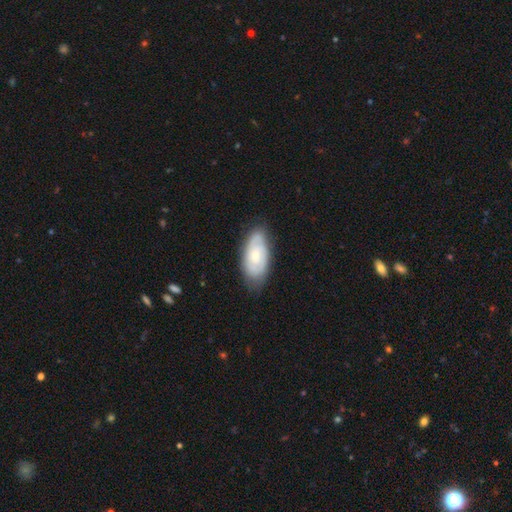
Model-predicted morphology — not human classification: Overall: featured or disk (55%; smooth 39%). Edge-on disk: no (92%). Bar: no (78%). Spiral arms: yes (77%). Bulge size: small (61%; moderate 34%). Merging: none (72%).